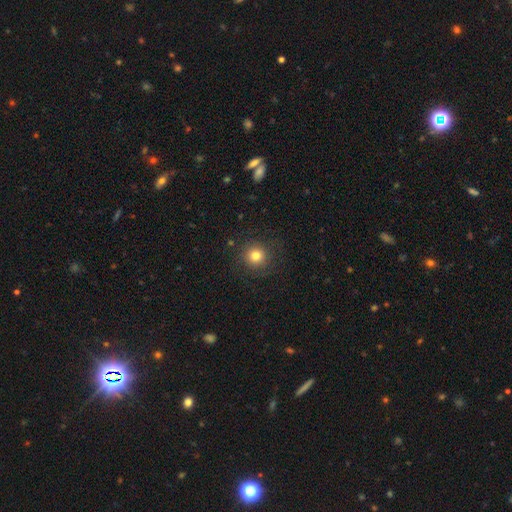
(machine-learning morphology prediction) Smooth or featured?
  - smooth: 79% *
  - star or artifact: 13%
  - featured or disk: 8%
How rounded?
  - round: 93% *
  - in between: 6%
  - cigar-shaped: 1%
Merging?
  - none: 88% *
  - minor disturbance: 8%
  - major disturbance: 4%
  - merger: 1%